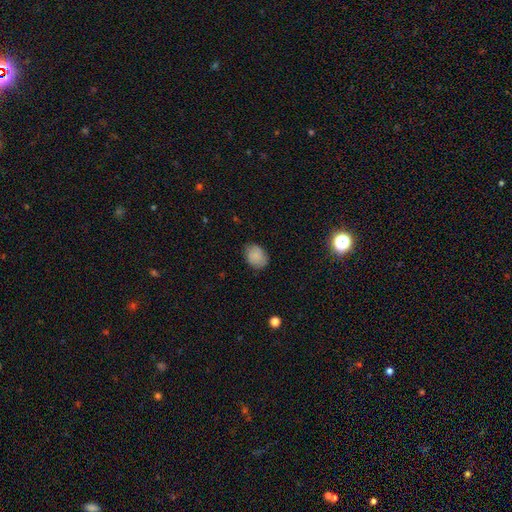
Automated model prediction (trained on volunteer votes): smooth-or-featured: smooth: 85% | star or artifact: 8% | featured or disk: 7%
  how-rounded: in between: 63% | round: 36% | cigar-shaped: 1%
  merging: none: 77% | minor disturbance: 18% | major disturbance: 3% | merger: 1%